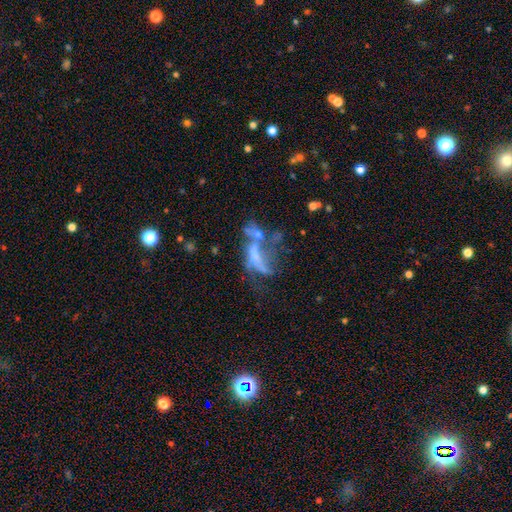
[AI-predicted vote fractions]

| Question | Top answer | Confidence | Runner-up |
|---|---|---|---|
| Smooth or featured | featured or disk | 54% | smooth (28%) |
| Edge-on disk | no | 90% | yes (10%) |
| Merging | major disturbance | 36% | merger (34%) |